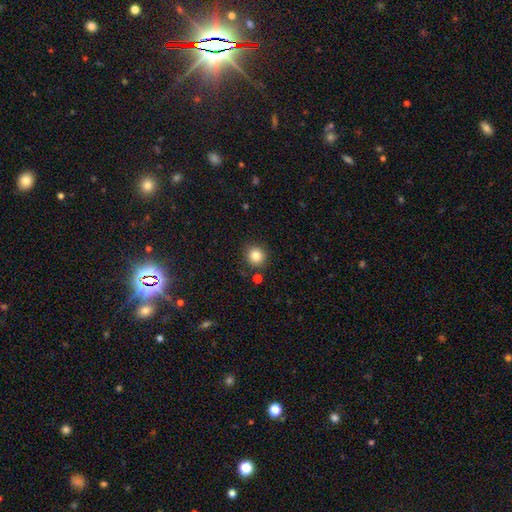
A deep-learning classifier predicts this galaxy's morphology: type=smooth (84%); roundness=round (90%); merging=none (86%).